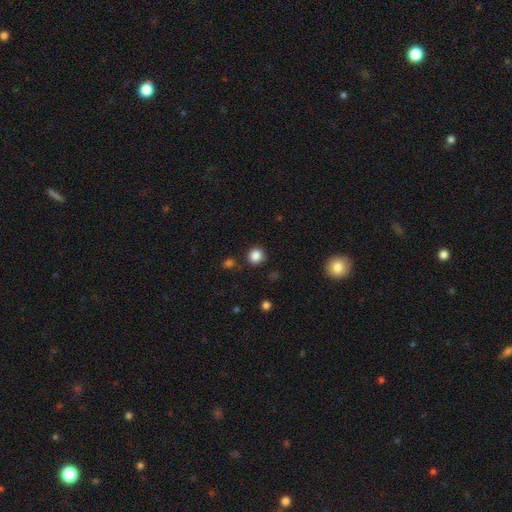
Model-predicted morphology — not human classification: Smooth or featured?
  - smooth: 86% *
  - star or artifact: 11%
  - featured or disk: 3%
How rounded?
  - round: 85% *
  - in between: 14%
  - cigar-shaped: 1%
Merging?
  - none: 84% *
  - minor disturbance: 10%
  - merger: 3%
  - major disturbance: 3%